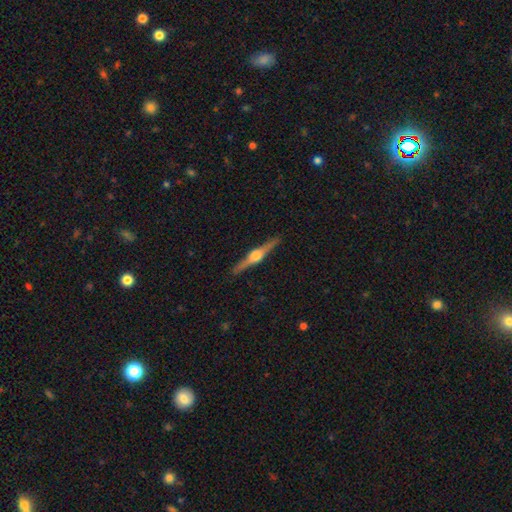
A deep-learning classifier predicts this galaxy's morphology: Smooth or featured: featured or disk — 82% (smooth — 13%)
Edge-on disk: yes — 98% (no — 2%)
Edge-on bulge: rounded — 93% (boxy — 5%)
Merging: none — 91% (minor disturbance — 6%)